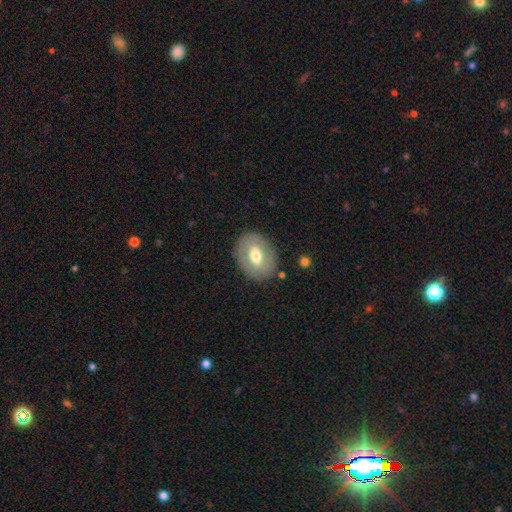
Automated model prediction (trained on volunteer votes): smooth 52%, featured or disk 42%, star or artifact 6%. Down the decision tree: how rounded — in between (64%); merging — none (82%).